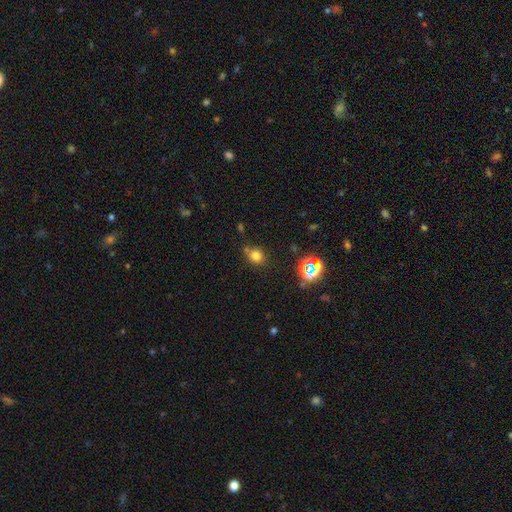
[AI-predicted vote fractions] A smooth galaxy with no disk features (74%) that is round (68%).

Vote fractions:
- Smooth or featured? smooth: 74% / star or artifact: 18% / featured or disk: 7%
- How rounded? round: 68% / in between: 31% / cigar-shaped: 1%
- Merging? none: 68% / minor disturbance: 14% / merger: 13% / major disturbance: 4%